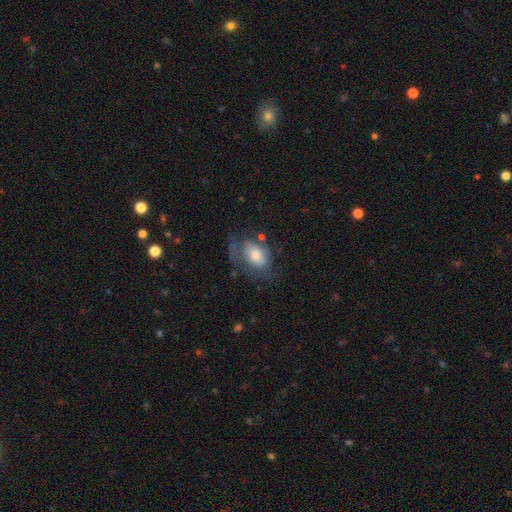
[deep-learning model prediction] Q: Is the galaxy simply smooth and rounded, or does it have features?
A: smooth — 53%.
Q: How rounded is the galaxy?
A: in between — 80%.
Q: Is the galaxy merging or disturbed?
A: none — 43%.